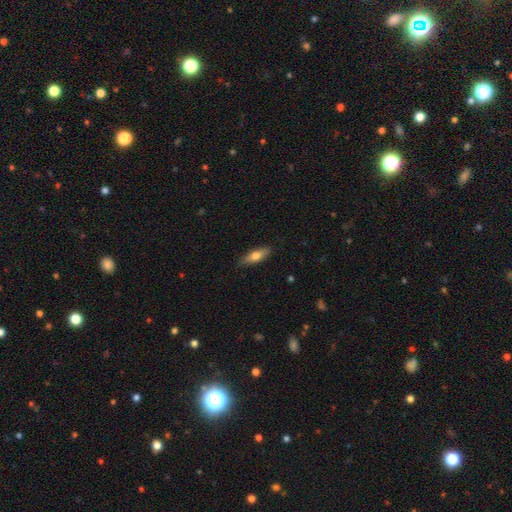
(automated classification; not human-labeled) smooth_or_featured: smooth (p=0.66) [alt: featured or disk p=0.27]
how_rounded: in between (p=0.50) [alt: cigar-shaped p=0.48]
merging: none (p=0.85) [alt: minor disturbance p=0.12]